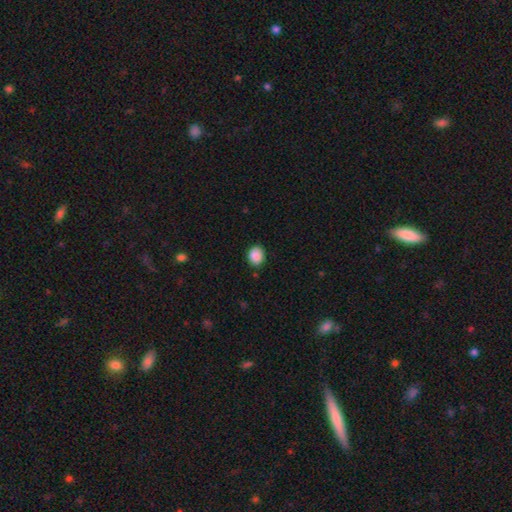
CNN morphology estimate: A smooth galaxy with no disk features (89%) that is round (54%). Merging: none (84%).